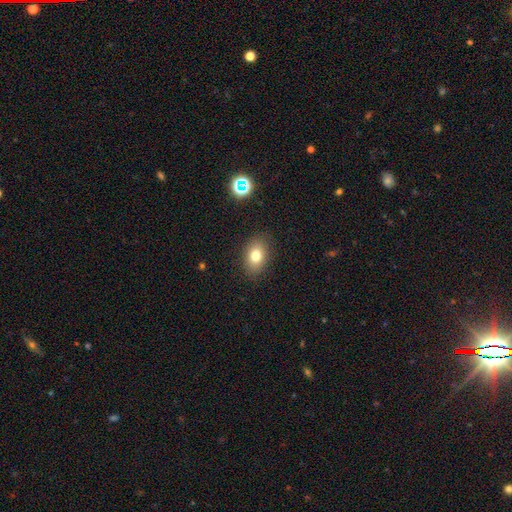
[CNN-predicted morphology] Smooth or featured: smooth — 78% (featured or disk — 11%)
How rounded: in between — 80% (round — 18%)
Merging: none — 86% (minor disturbance — 10%)